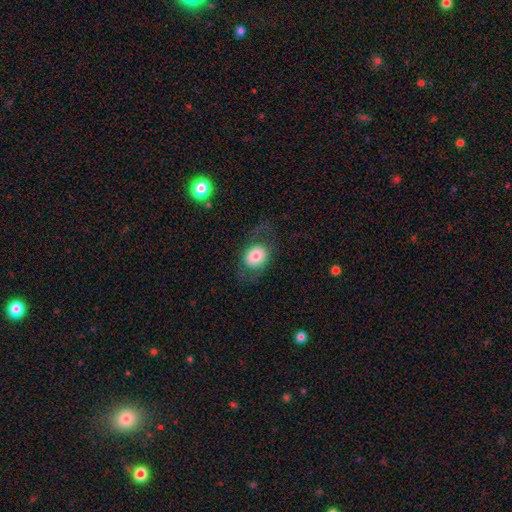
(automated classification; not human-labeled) Q: Smooth or featured?
A: smooth (69%); runner-up: featured or disk (23%)
Q: How rounded?
A: round (52%); runner-up: in between (47%)
Q: Merging?
A: none (69%); runner-up: major disturbance (15%)